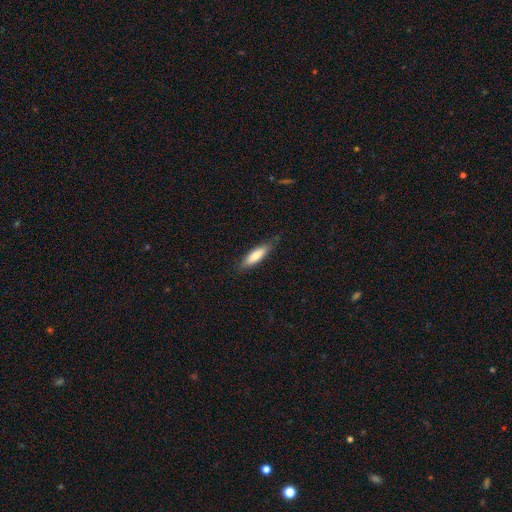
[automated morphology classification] This appears to be a smooth galaxy with no disk features (79%) that is cigar-shaped (65%). Merging: none (82%).